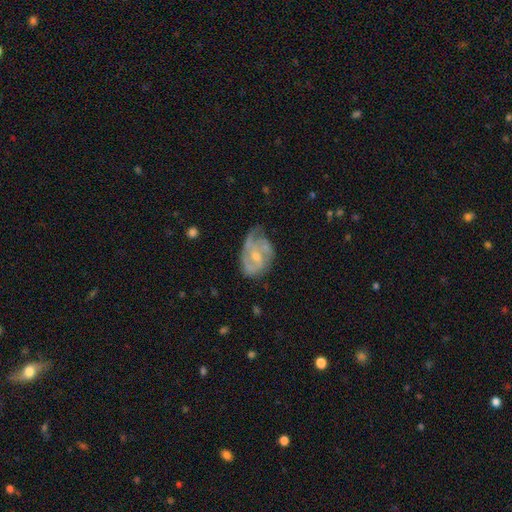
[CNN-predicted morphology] A featured or disk galaxy (76%) with no bar (54%), 2 (41%) medium (45%) spiral arms (87%) and a small central bulge (56%). Merging: none (43%).